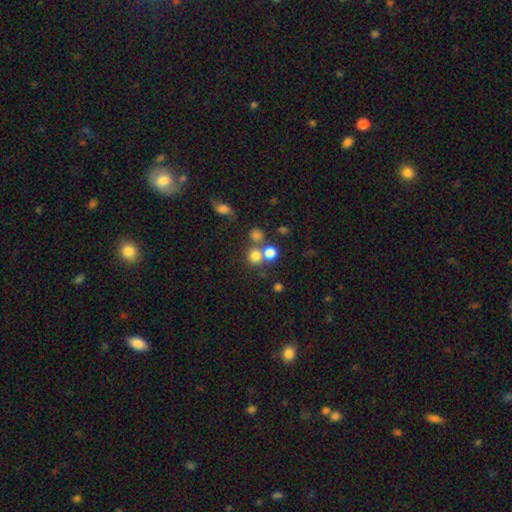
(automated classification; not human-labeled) Q: Smooth or featured?
A: smooth (75%); runner-up: star or artifact (16%)
Q: How rounded?
A: round (89%); runner-up: in between (10%)
Q: Merging?
A: none (56%); runner-up: merger (33%)